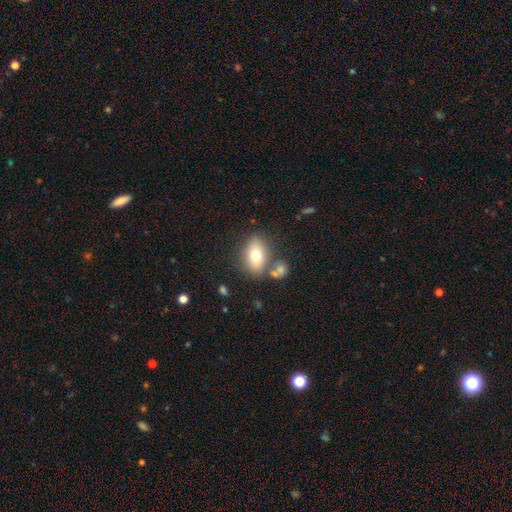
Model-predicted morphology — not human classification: smooth-or-featured: smooth: 72% | featured or disk: 19% | star or artifact: 10%
  how-rounded: in between: 80% | round: 18% | cigar-shaped: 2%
  merging: none: 68% | minor disturbance: 13% | merger: 13% | major disturbance: 5%